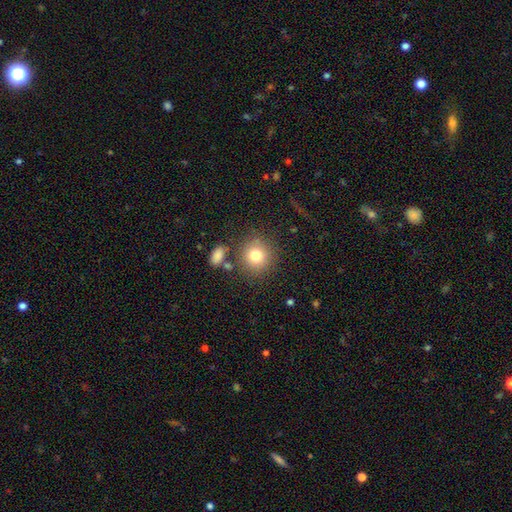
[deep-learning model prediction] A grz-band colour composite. It shows a smooth galaxy with no disk features (80%) that is round (89%). Merging: none (78%).